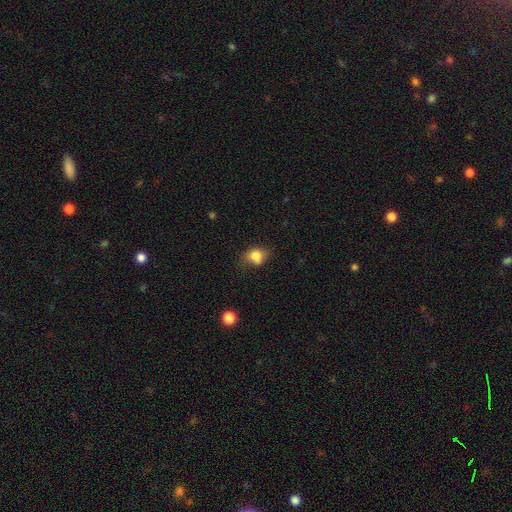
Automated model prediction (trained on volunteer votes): smooth_or_featured: smooth (p=0.79) [alt: featured or disk p=0.11]
how_rounded: round (p=0.50) [alt: in between p=0.48]
merging: none (p=0.53) [alt: minor disturbance p=0.31]